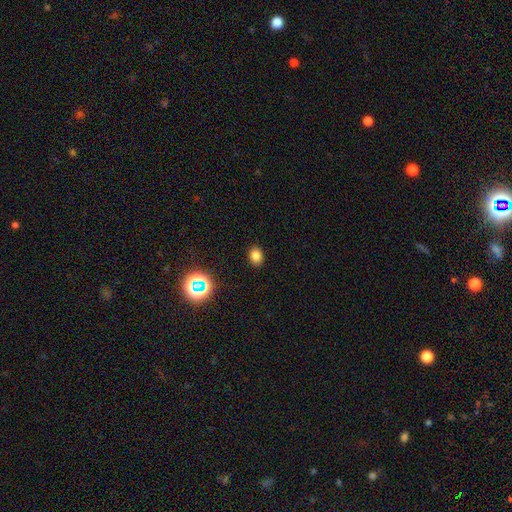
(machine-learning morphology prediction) The model was most divided on "how rounded": in between: 57%, round: 42%, cigar-shaped: 1%. More confident: merging — none (89%); smooth or featured — smooth (79%).